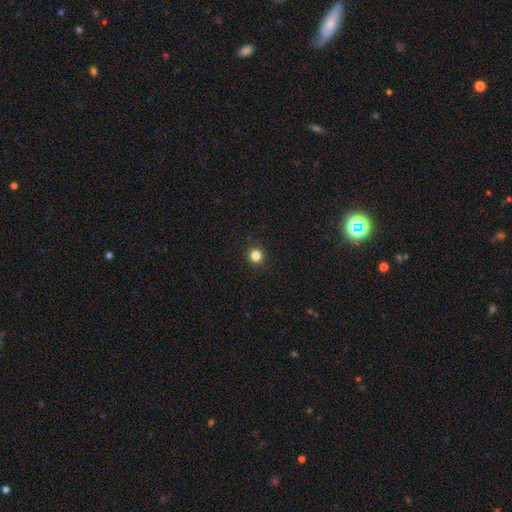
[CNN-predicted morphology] Overall: smooth (83%). How rounded: round (94%). Merging: none (93%).